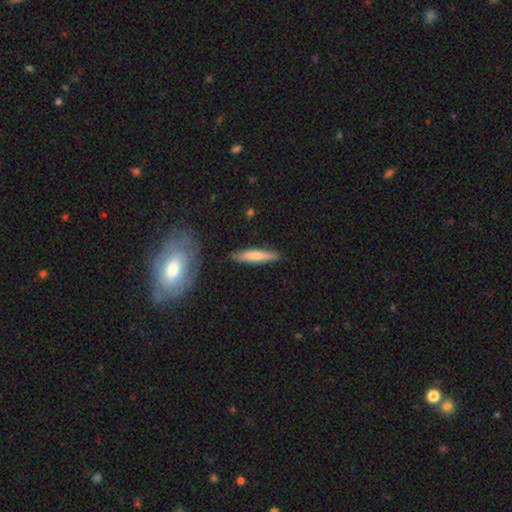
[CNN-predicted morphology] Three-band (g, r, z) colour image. It shows a smooth galaxy with no disk features (71%) that is cigar-shaped (89%). Merging: none (86%).